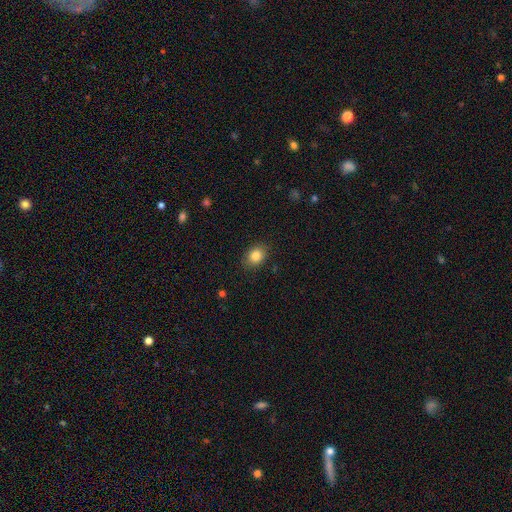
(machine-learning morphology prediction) Smooth or featured?
  - smooth: 84% *
  - star or artifact: 9%
  - featured or disk: 6%
How rounded?
  - in between: 64% *
  - round: 35%
  - cigar-shaped: 1%
Merging?
  - none: 86% *
  - minor disturbance: 10%
  - major disturbance: 3%
  - merger: 1%